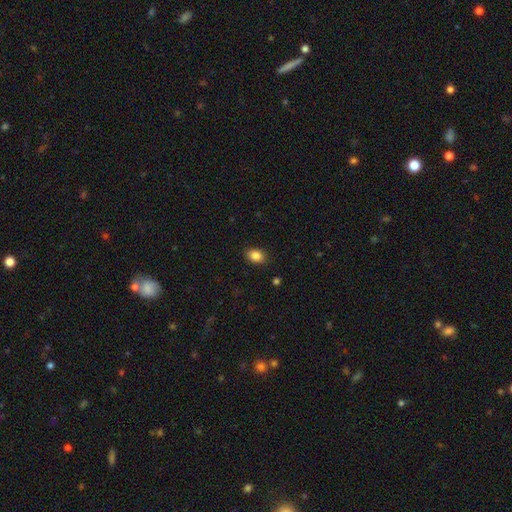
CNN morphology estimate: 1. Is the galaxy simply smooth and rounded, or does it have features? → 86% smooth, 9% star or artifact, 5% featured or disk.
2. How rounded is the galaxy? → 77% in between, 21% round, 1% cigar-shaped.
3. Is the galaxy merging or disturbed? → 87% none, 9% minor disturbance, 2% major disturbance, 1% merger.